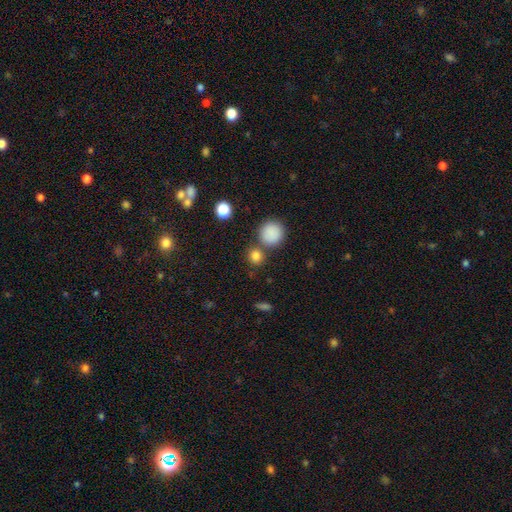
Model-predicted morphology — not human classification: A smooth galaxy with no disk features (82%) that is round (86%). Merging: none (69%).